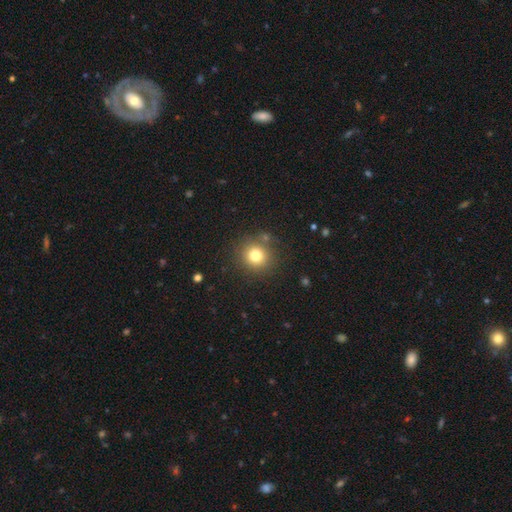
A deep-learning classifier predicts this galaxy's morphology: smooth-or-featured: smooth: 78% | star or artifact: 14% | featured or disk: 9%
  how-rounded: round: 90% | in between: 9% | cigar-shaped: 1%
  merging: none: 84% | minor disturbance: 8% | merger: 4% | major disturbance: 3%